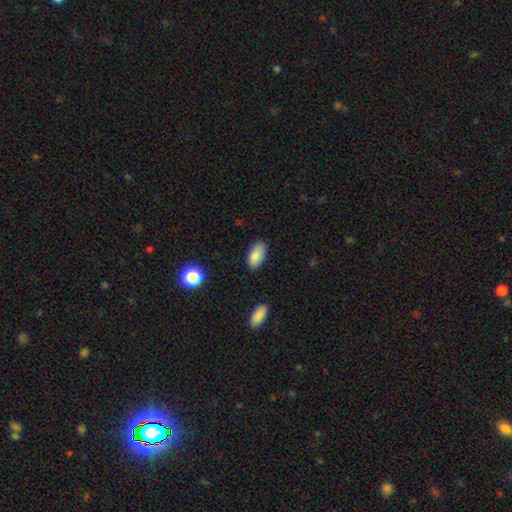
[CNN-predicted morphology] A smooth galaxy with no disk features (87%) that is in between round and cigar-shaped (94%). Merging: none (83%).